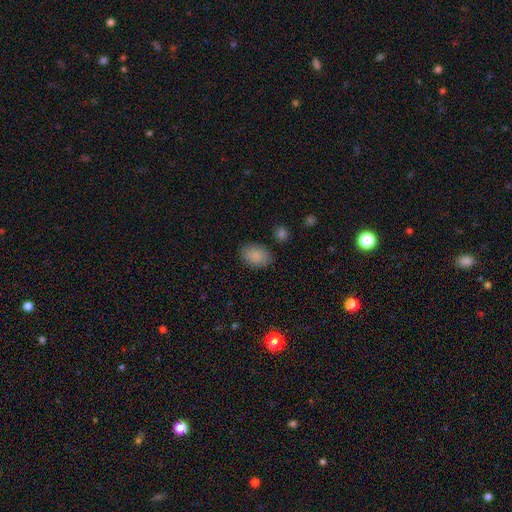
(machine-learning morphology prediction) Overall: smooth (88%). How rounded: in between (81%). Merging: none (84%).